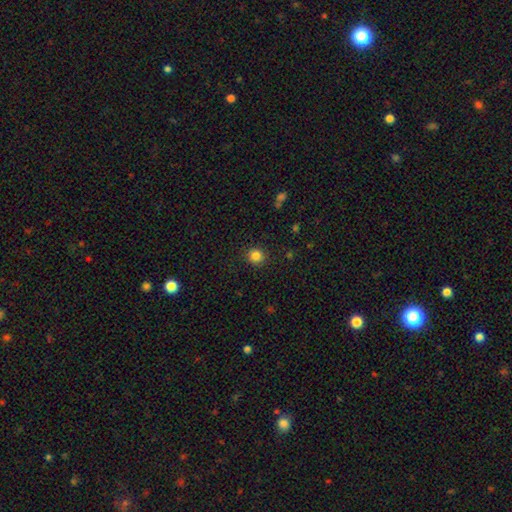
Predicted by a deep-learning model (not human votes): Smooth or featured?
  - smooth: 84% *
  - star or artifact: 11%
  - featured or disk: 4%
How rounded?
  - round: 91% *
  - in between: 8%
  - cigar-shaped: 1%
Merging?
  - none: 90% *
  - minor disturbance: 7%
  - major disturbance: 2%
  - merger: 1%